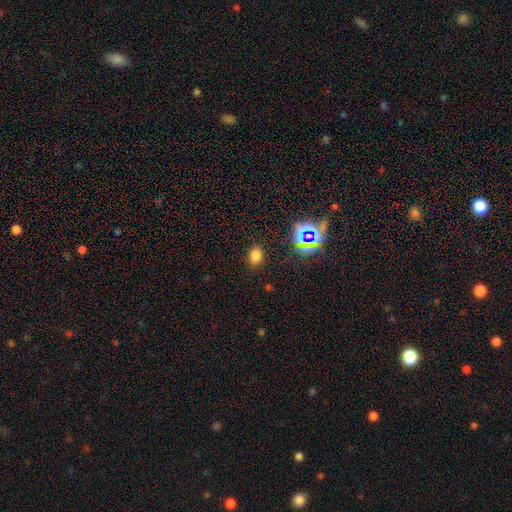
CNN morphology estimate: Smooth or featured? Predicted: smooth (p=0.72). How rounded? Predicted: in between (p=0.67). Merging? Predicted: none (p=0.85).